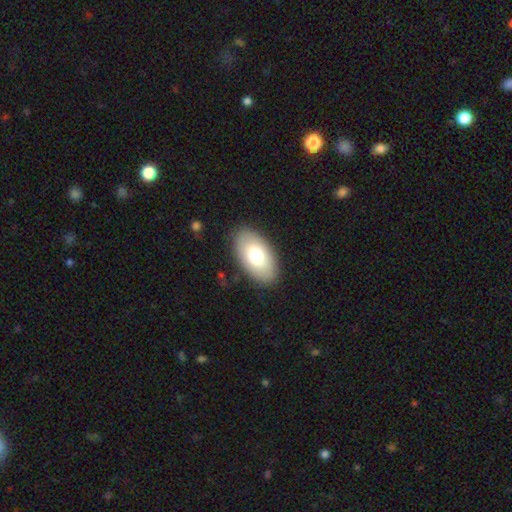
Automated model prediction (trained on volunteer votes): smooth 74%, featured or disk 19%, star or artifact 7%. Down the decision tree: how rounded — in between (94%); merging — none (87%).